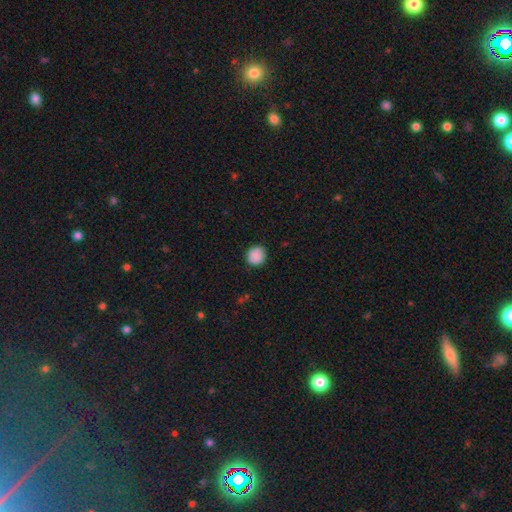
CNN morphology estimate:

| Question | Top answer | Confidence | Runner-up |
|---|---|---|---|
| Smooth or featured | smooth | 88% | star or artifact (8%) |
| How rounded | round | 90% | in between (9%) |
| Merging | none | 88% | minor disturbance (9%) |